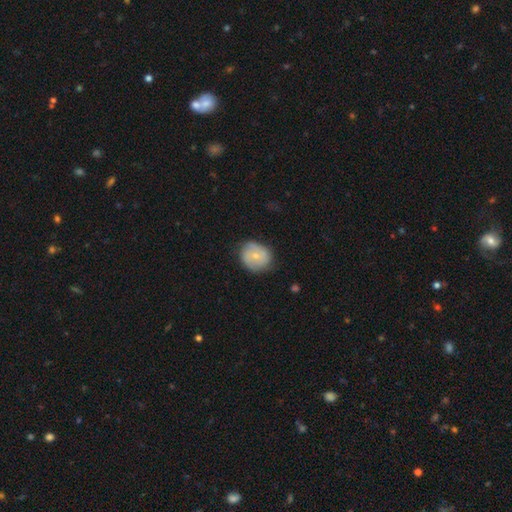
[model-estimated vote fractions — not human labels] Overall: smooth (54%; featured or disk 39%). How rounded: round (76%). Merging: none (71%).